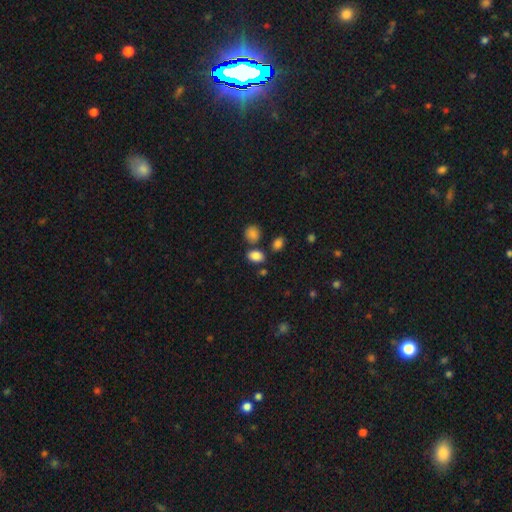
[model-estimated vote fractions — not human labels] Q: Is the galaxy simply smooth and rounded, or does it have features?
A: smooth — 85%.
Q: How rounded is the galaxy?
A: in between — 82%.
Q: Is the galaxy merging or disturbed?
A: none — 71%.